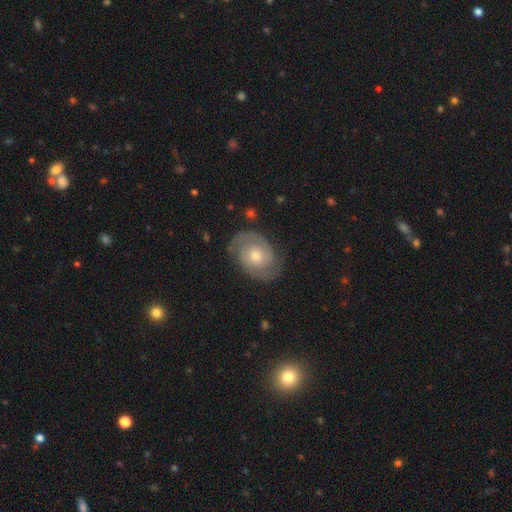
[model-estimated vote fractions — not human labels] Overall: featured or disk (84%). Edge-on disk: no (97%). Bar: no (72%). Spiral arms: yes (94%). Spiral arm count: 2 (89%). Spiral winding: tight (58%; medium 34%). Bulge size: moderate (61%; small 34%). Merging: none (83%).